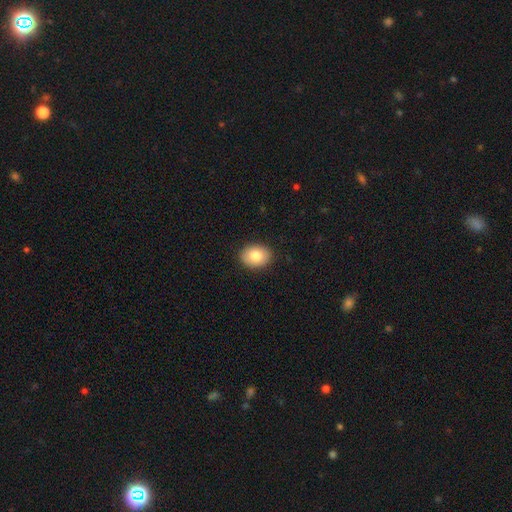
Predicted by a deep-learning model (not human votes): Overall: smooth (80%). How rounded: in between (63%; round 36%). Merging: none (89%).